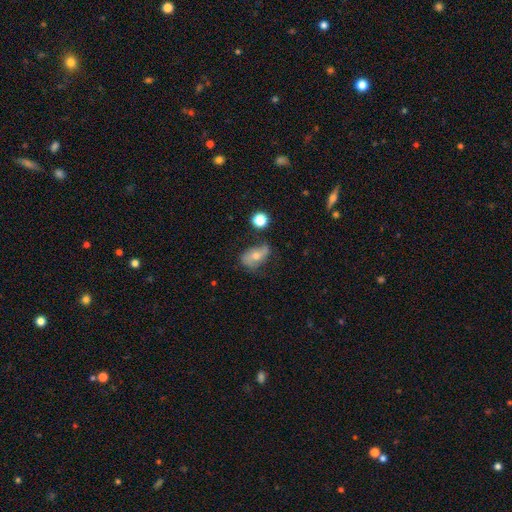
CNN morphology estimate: Q: Smooth or featured?
A: smooth (48%); runner-up: featured or disk (42%)
Q: Merging?
A: none (44%); runner-up: minor disturbance (33%)